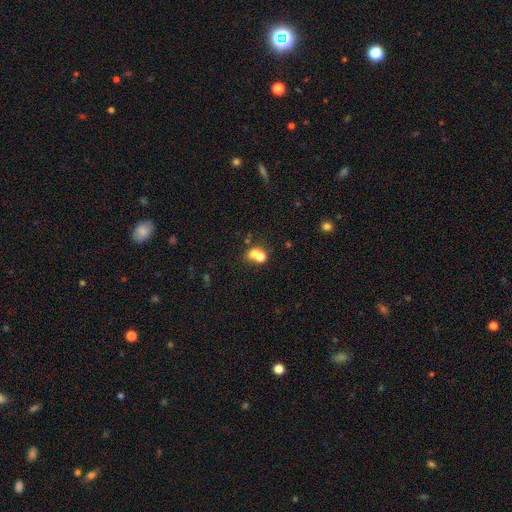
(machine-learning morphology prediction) Smooth or featured? Predicted: smooth (p=0.67). How rounded? Predicted: round (p=0.64). Merging? Predicted: merger (p=0.63).